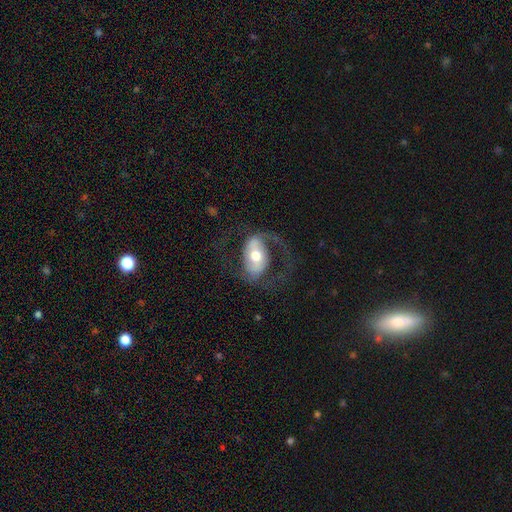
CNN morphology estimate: Smooth or featured? featured or disk (74%)
Edge-on disk? no (95%)
Bar? strong (35%)
Spiral arms? yes (85%)
Spiral winding? loose (45%)
Spiral arm count? 2 (80%)
Bulge size? moderate (69%)
Merging? none (57%)